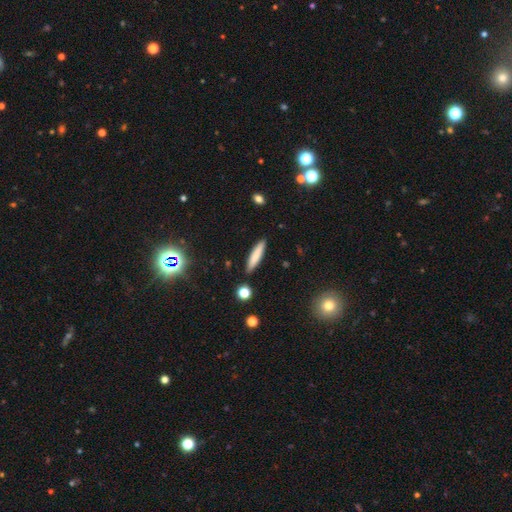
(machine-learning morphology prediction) A smooth galaxy with no disk features (77%) that is cigar-shaped (86%).

Vote fractions:
- Smooth or featured? smooth: 77% / featured or disk: 15% / star or artifact: 7%
- How rounded? cigar-shaped: 86% / in between: 12% / round: 1%
- Merging? none: 89% / minor disturbance: 7% / merger: 2% / major disturbance: 2%